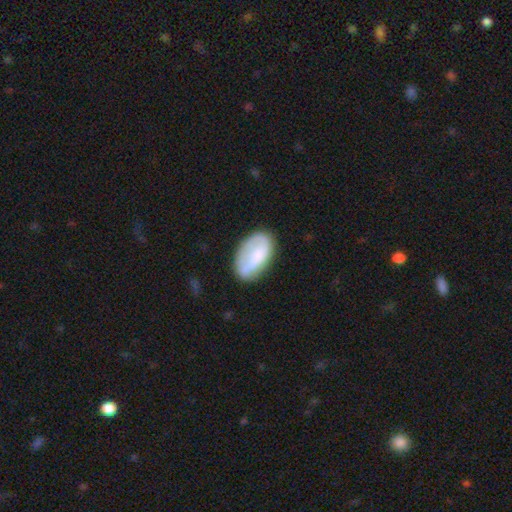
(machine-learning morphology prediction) smooth-or-featured: smooth: 62% | featured or disk: 31% | star or artifact: 7%
  how-rounded: in between: 93% | round: 5% | cigar-shaped: 2%
  merging: none: 57% | minor disturbance: 26% | major disturbance: 11% | merger: 5%